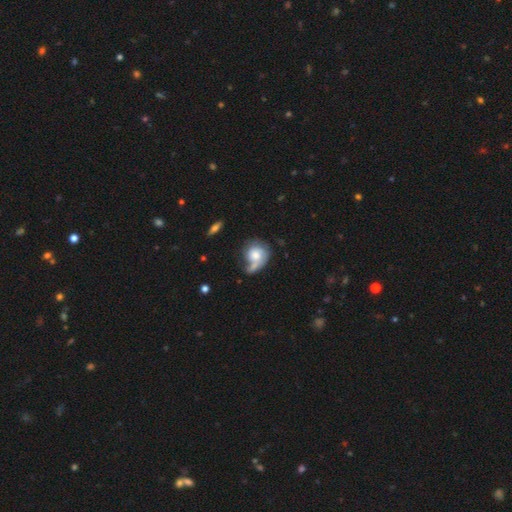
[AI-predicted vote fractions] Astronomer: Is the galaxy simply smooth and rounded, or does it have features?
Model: featured or disk — 49% (runner-up: smooth, 44%).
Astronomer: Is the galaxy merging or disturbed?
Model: none — 35% (runner-up: major disturbance, 23%).